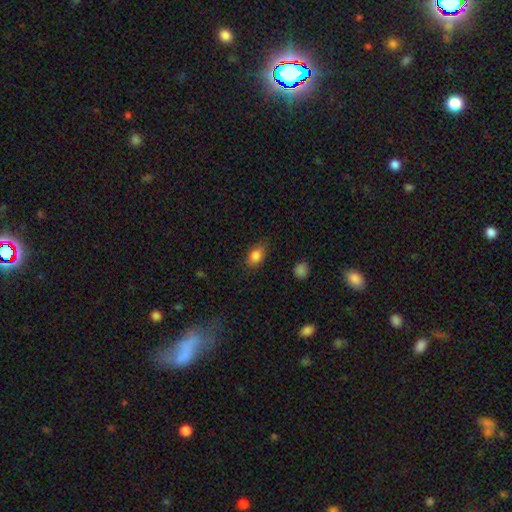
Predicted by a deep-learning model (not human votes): Smooth or featured: smooth — 85% (star or artifact — 9%)
How rounded: in between — 82% (round — 16%)
Merging: none — 79% (minor disturbance — 16%)